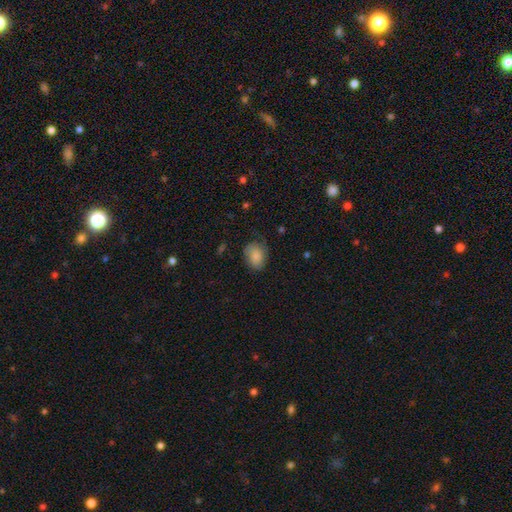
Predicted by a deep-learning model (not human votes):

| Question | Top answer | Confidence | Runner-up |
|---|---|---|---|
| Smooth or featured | smooth | 80% | featured or disk (13%) |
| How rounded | in between | 72% | round (27%) |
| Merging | none | 62% | minor disturbance (28%) |